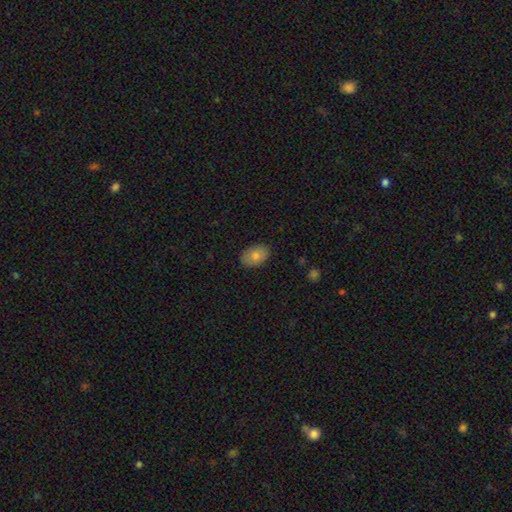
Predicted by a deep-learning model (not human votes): Smooth or featured? Predicted: smooth (p=0.77). How rounded? Predicted: in between (p=0.88). Merging? Predicted: none (p=0.87).